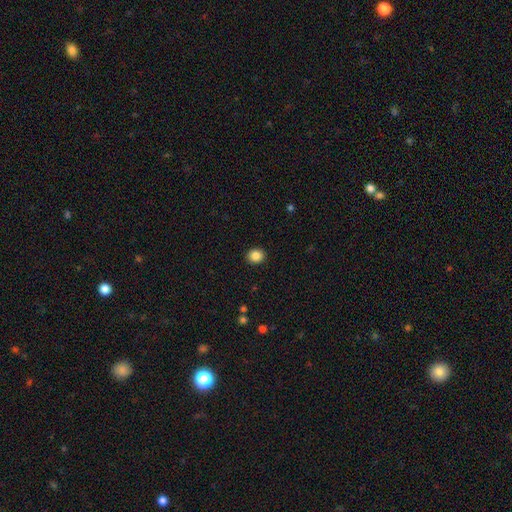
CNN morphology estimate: smooth-or-featured: smooth: 86% | star or artifact: 10% | featured or disk: 4%
  how-rounded: round: 73% | in between: 27% | cigar-shaped: 1%
  merging: none: 92% | minor disturbance: 5% | major disturbance: 2% | merger: 1%